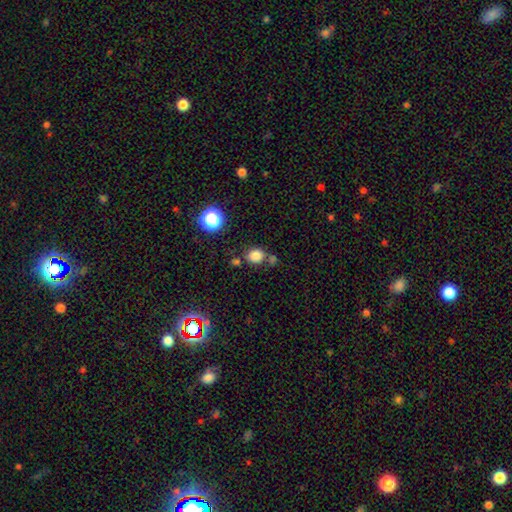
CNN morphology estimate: A smooth galaxy with no disk features (82%) that is round (72%). Merging: none (69%).